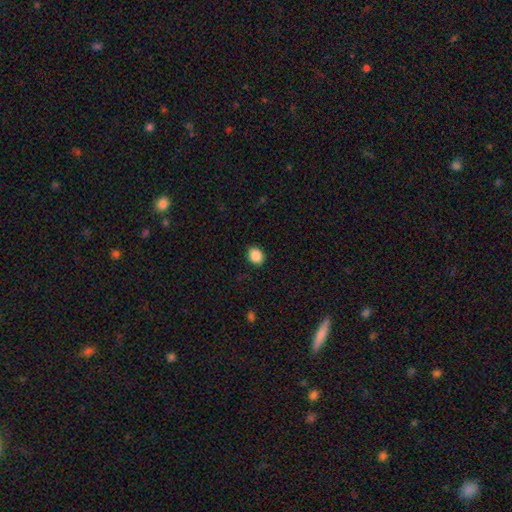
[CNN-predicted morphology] The model was most divided on "how rounded": round: 58%, in between: 41%, cigar-shaped: 1%. More confident: merging — none (88%); smooth or featured — smooth (88%).